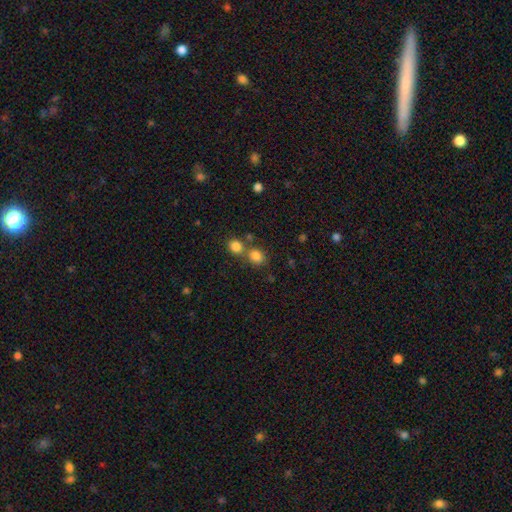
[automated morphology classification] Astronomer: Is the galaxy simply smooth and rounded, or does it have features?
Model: smooth — 82%.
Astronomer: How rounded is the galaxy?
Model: round — 65%.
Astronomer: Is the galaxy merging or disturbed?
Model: none — 54% (runner-up: merger, 34%).